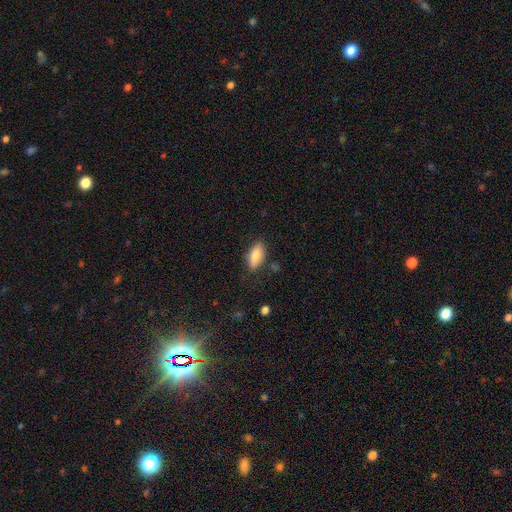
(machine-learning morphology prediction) Smooth or featured? smooth (79%)
How rounded? in between (82%)
Merging? none (81%)